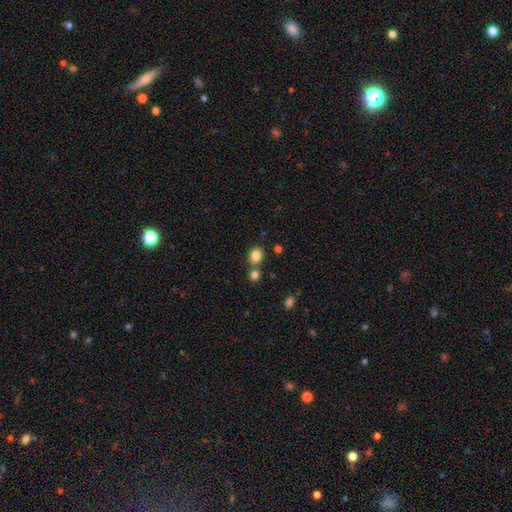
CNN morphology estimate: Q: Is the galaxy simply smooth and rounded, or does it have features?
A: smooth — 84%.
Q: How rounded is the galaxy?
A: round — 60%.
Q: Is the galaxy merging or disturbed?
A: none — 67%.